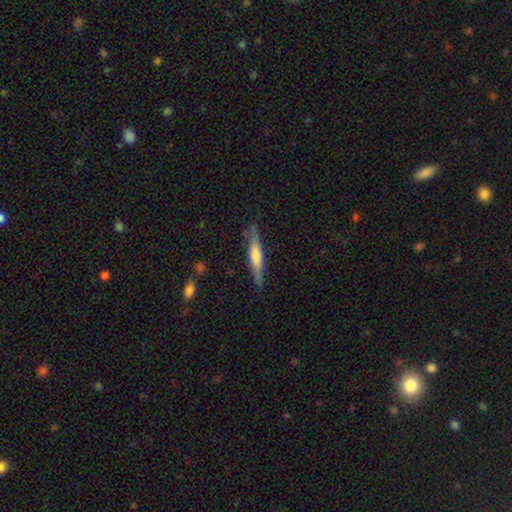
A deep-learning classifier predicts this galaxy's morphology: The model was most divided on "smooth or featured" (2-way tie): smooth: 47%, featured or disk: 47%, star or artifact: 6%. More confident: merging — none (82%).